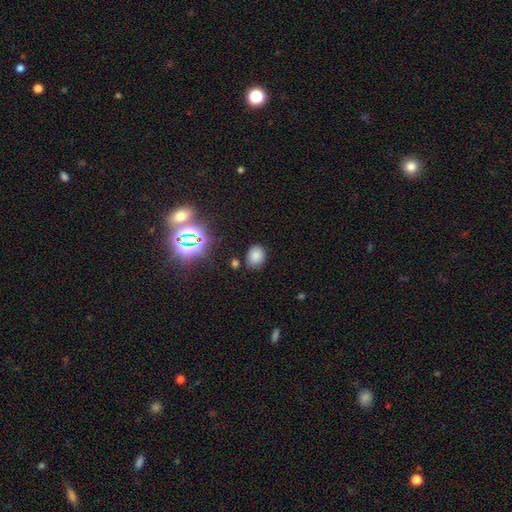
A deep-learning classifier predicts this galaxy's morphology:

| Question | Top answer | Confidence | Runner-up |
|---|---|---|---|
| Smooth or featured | smooth | 76% | star or artifact (18%) |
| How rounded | in between | 53% | round (46%) |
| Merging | none | 82% | minor disturbance (11%) |